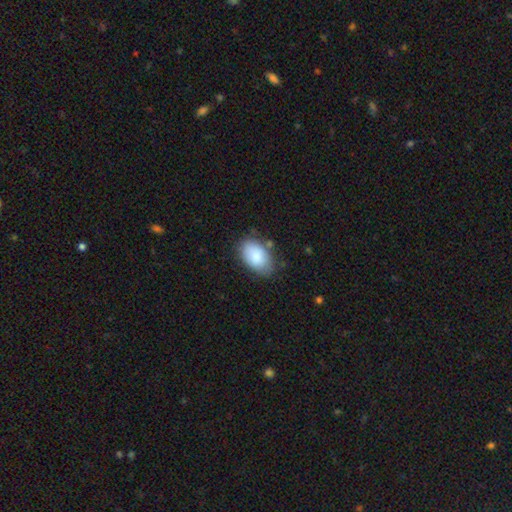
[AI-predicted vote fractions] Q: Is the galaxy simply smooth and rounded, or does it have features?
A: smooth — 86%.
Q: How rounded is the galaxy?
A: in between — 92%.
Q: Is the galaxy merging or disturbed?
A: none — 75%.